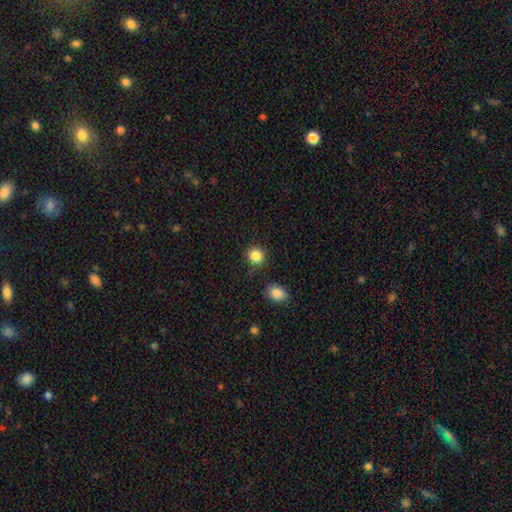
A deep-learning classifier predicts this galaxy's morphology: smooth_or_featured: smooth (p=0.86) [alt: star or artifact p=0.10]
how_rounded: round (p=0.90) [alt: in between p=0.09]
merging: none (p=0.83) [alt: minor disturbance p=0.10]